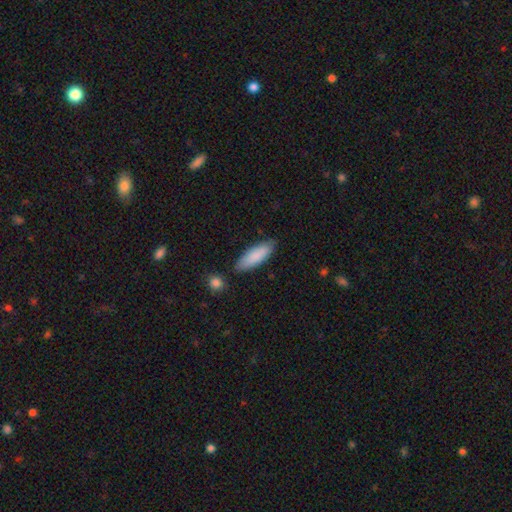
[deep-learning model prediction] smooth 87%, featured or disk 8%, star or artifact 5%. Down the decision tree: how rounded — in between (56%); merging — none (84%).